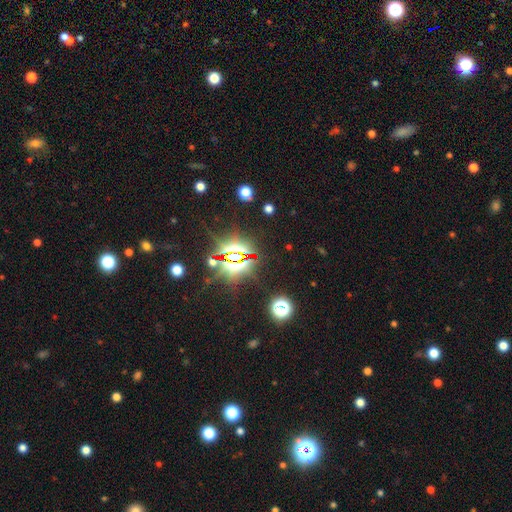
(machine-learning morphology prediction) Smooth or featured: star or artifact — 82% (smooth — 11%)